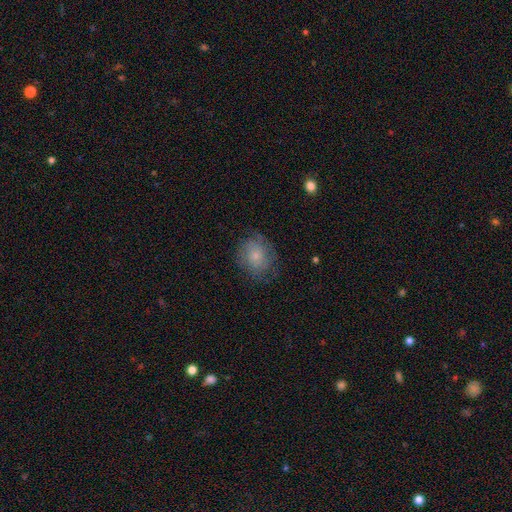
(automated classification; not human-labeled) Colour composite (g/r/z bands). It shows a smooth galaxy with no disk features (69%) that is round (72%). Merging: none (71%).